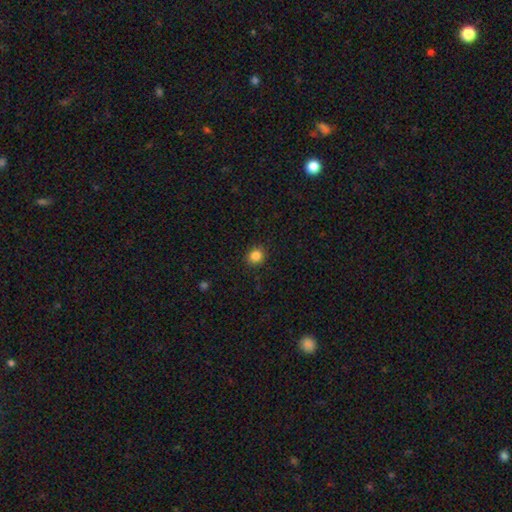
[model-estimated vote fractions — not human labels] Smooth or featured? smooth (85%)
How rounded? round (82%)
Merging? none (90%)